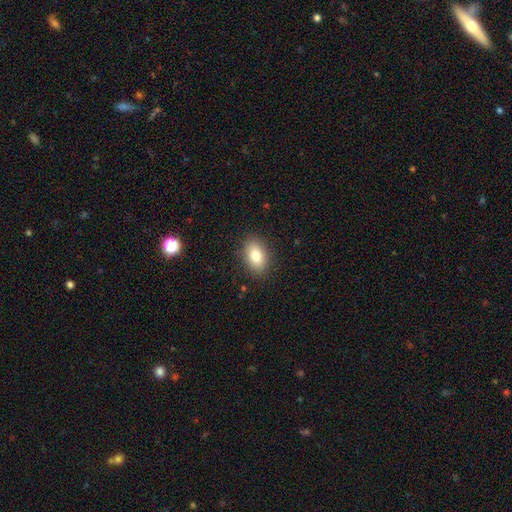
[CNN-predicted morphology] Smooth or featured? smooth (81%)
How rounded? in between (88%)
Merging? none (88%)